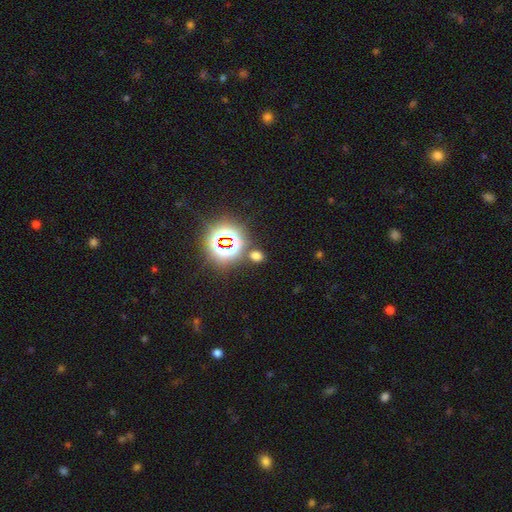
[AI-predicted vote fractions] smooth-or-featured: smooth: 53% | star or artifact: 41% | featured or disk: 6%
  how-rounded: round: 52% | in between: 46% | cigar-shaped: 2%
  merging: none: 79% | minor disturbance: 9% | merger: 9% | major disturbance: 4%